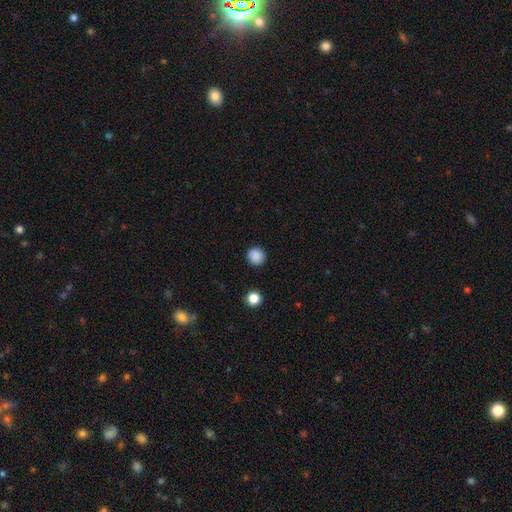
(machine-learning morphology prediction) The model was most divided on "smooth or featured": smooth: 87%, star or artifact: 10%, featured or disk: 3%. More confident: how rounded — round (93%); merging — none (91%).